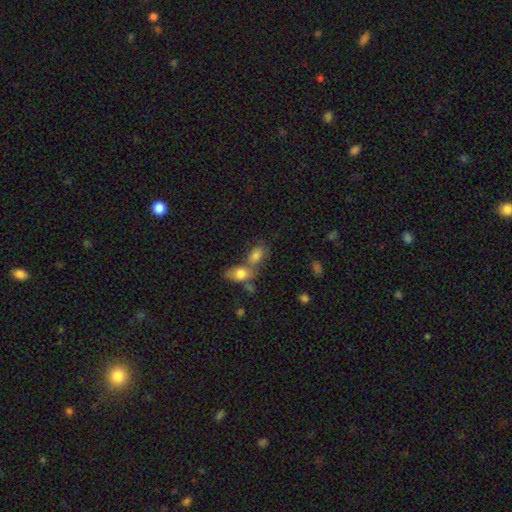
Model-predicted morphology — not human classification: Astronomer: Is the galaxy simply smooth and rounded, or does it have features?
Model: smooth — 76%.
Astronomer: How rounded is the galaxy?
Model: in between — 85%.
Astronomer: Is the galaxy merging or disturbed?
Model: merger — 56%.